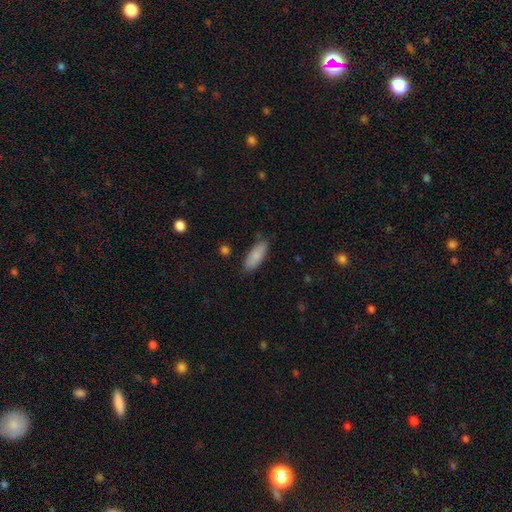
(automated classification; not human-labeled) Smooth or featured: smooth — 84% (featured or disk — 10%)
How rounded: in between — 72% (cigar-shaped — 26%)
Merging: none — 78% (minor disturbance — 17%)